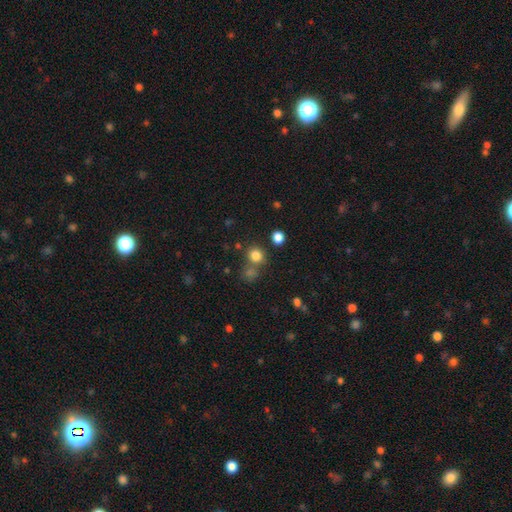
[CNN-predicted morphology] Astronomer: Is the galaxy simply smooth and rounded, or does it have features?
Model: smooth — 80%.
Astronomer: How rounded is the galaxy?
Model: round — 86%.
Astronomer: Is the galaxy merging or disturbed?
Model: none — 70%.